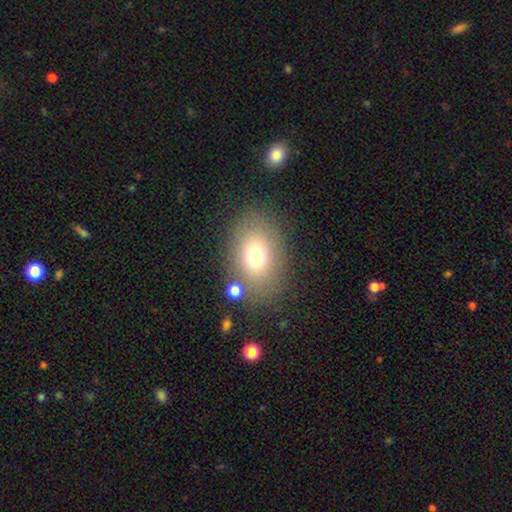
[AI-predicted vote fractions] A smooth galaxy with no disk features (73%) that is in between round and cigar-shaped (75%).

Vote fractions:
- Smooth or featured? smooth: 73% / featured or disk: 15% / star or artifact: 13%
- How rounded? in between: 75% / round: 24% / cigar-shaped: 1%
- Merging? none: 78% / minor disturbance: 12% / major disturbance: 5% / merger: 5%